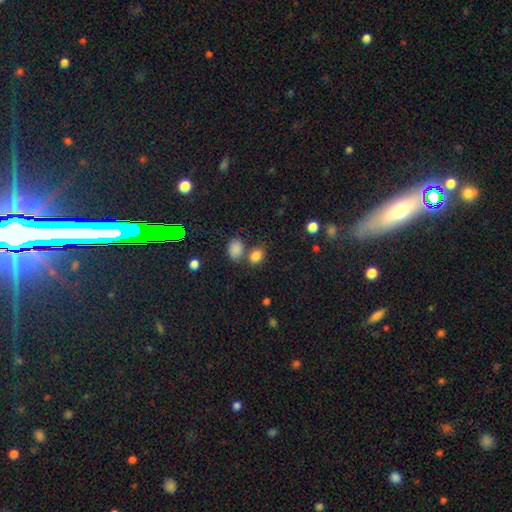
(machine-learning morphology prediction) Smooth or featured?
  - smooth: 82% *
  - star or artifact: 12%
  - featured or disk: 6%
How rounded?
  - in between: 66% *
  - round: 33%
  - cigar-shaped: 1%
Merging?
  - none: 59% *
  - merger: 25%
  - minor disturbance: 12%
  - major disturbance: 4%